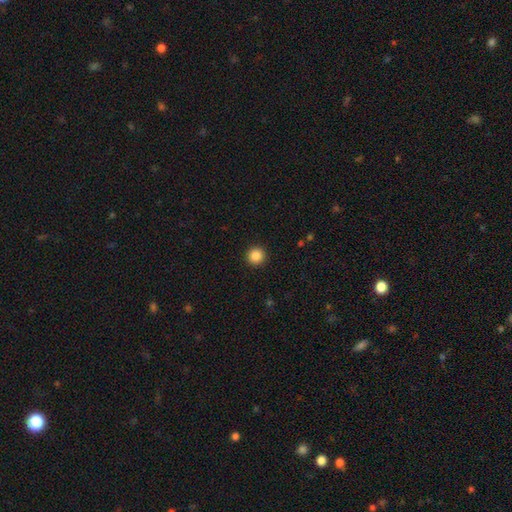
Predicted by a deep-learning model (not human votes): Overall: smooth (87%). How rounded: round (96%). Merging: none (93%).